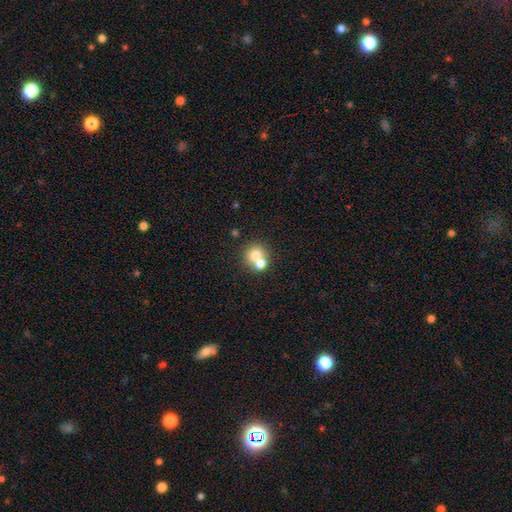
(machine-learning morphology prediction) Smooth or featured?
  - smooth: 73% *
  - featured or disk: 16%
  - star or artifact: 11%
How rounded?
  - round: 82% *
  - in between: 17%
  - cigar-shaped: 1%
Merging?
  - merger: 53% *
  - none: 38%
  - minor disturbance: 6%
  - major disturbance: 3%